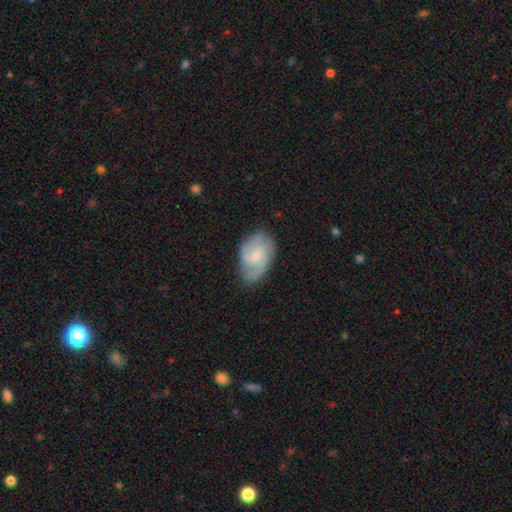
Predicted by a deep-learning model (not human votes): A featured or disk galaxy (73%) with no bar (49%), 2 (51%) medium (49%) spiral arms (93%) and a small central bulge (66%).

Vote fractions:
- Smooth or featured? featured or disk: 73% / smooth: 22% / star or artifact: 6%
- Edge-on disk? no: 97% / yes: 3%
- Bar? no: 49% / weak: 44% / strong: 6%
- Spiral arms? yes: 93% / no: 7%
- Spiral winding? medium: 49% / tight: 31% / loose: 20%
- Spiral arm count? 2: 51% / 3: 19% / can't tell: 18% / 1: 5% / 4: 3% / more than 4: 3%
- Bulge size? small: 66% / moderate: 27% / none: 5% / large: 1% / dominant: 1%
- Merging? none: 66% / minor disturbance: 24% / major disturbance: 8% / merger: 2%